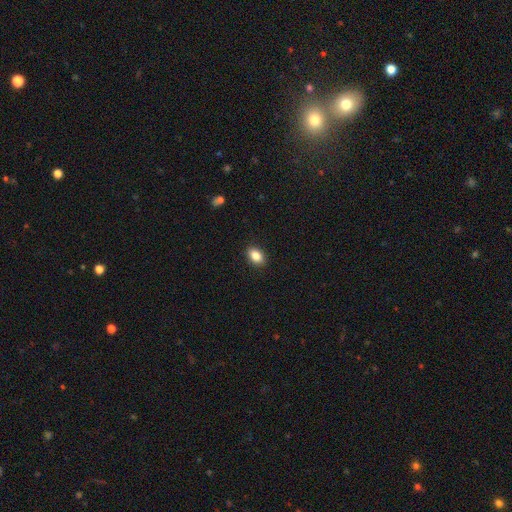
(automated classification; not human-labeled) smooth 86%, star or artifact 9%, featured or disk 5%. Down the decision tree: how rounded — in between (82%); merging — none (90%).